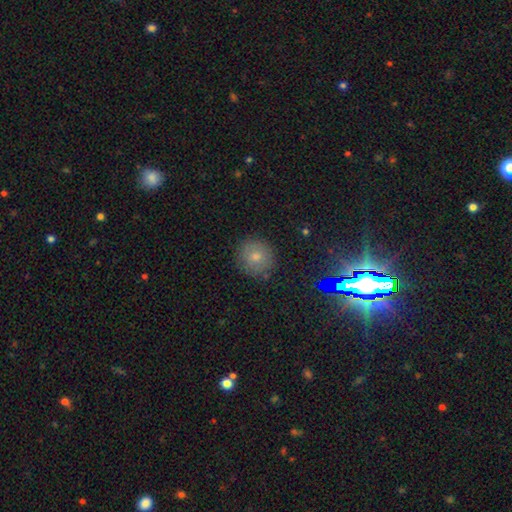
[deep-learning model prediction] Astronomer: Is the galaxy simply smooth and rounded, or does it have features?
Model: smooth — 58%.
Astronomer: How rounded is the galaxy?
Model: round — 91%.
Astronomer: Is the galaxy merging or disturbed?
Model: none — 88%.